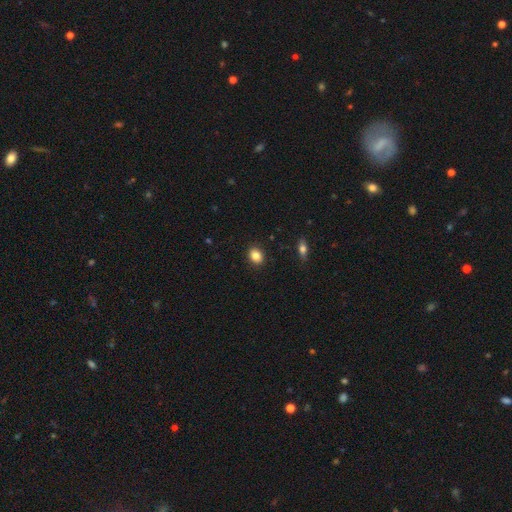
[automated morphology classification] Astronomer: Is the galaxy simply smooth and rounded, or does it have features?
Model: smooth — 84%.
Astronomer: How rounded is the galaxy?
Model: in between — 51% (runner-up: round, 47%).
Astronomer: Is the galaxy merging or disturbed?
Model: none — 90%.